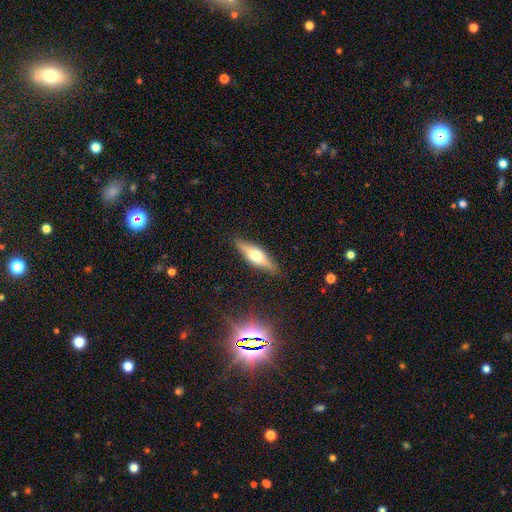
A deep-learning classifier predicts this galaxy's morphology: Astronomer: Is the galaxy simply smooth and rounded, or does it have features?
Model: featured or disk — 52% (runner-up: smooth, 41%).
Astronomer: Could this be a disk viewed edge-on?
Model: yes — 90%.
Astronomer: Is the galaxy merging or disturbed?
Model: none — 86%.